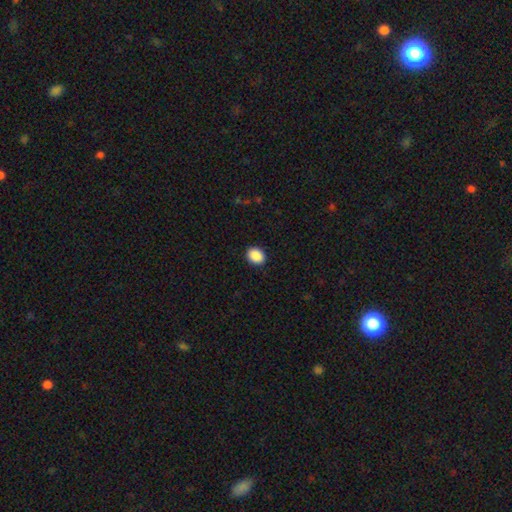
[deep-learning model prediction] Smooth or featured? smooth (90%)
How rounded? in between (54%)
Merging? none (91%)